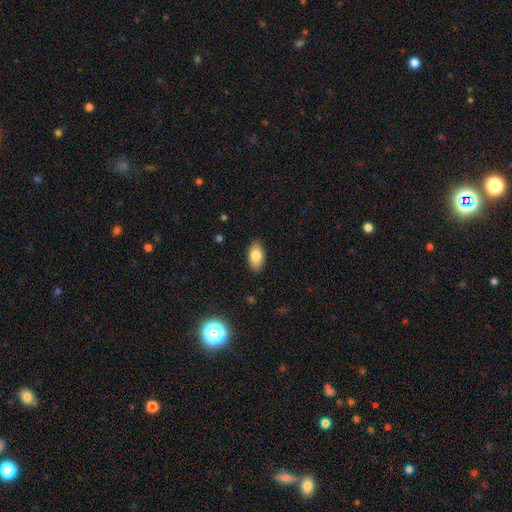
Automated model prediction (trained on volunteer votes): Morphology: type=smooth (80%); roundness=in between (93%); merging=none (88%).